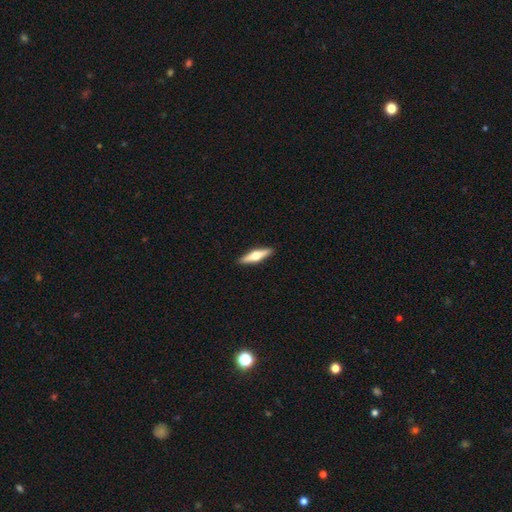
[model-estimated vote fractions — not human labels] Smooth or featured: featured or disk — 56% (smooth — 39%)
Edge-on disk: yes — 95% (no — 5%)
Edge-on bulge: rounded — 95% (boxy — 3%)
Merging: none — 92% (minor disturbance — 6%)